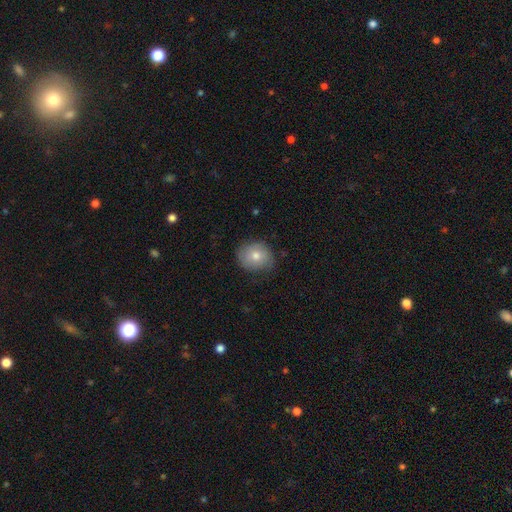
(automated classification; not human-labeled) Q: Smooth or featured?
A: smooth (73%); runner-up: featured or disk (18%)
Q: How rounded?
A: round (70%); runner-up: in between (29%)
Q: Merging?
A: none (76%); runner-up: minor disturbance (19%)